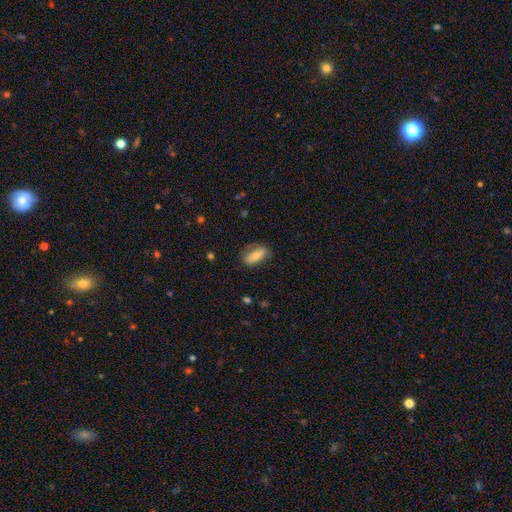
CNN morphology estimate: Smooth or featured?
  - smooth: 74% *
  - featured or disk: 19%
  - star or artifact: 7%
How rounded?
  - in between: 76% *
  - cigar-shaped: 20%
  - round: 4%
Merging?
  - none: 71% *
  - minor disturbance: 20%
  - major disturbance: 7%
  - merger: 2%